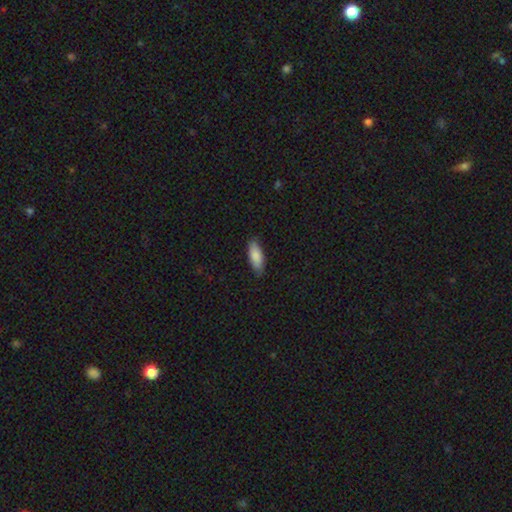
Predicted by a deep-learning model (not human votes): smooth-or-featured: smooth: 86% | featured or disk: 8% | star or artifact: 6%
  how-rounded: in between: 73% | cigar-shaped: 25% | round: 2%
  merging: none: 83% | minor disturbance: 13% | major disturbance: 2% | merger: 1%